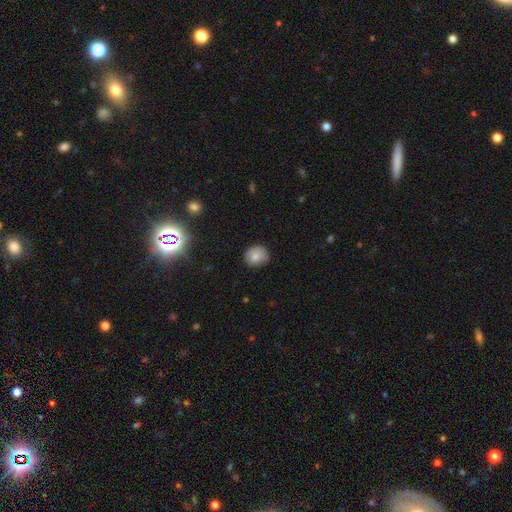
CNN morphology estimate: Smooth or featured? Predicted: smooth (p=0.80). How rounded? Predicted: round (p=0.77). Merging? Predicted: none (p=0.78).